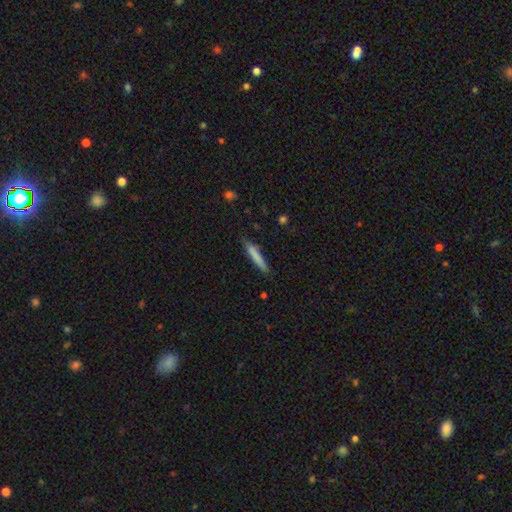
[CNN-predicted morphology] This is likely a smooth galaxy (77%). How rounded: clearly cigar-shaped (93%). Merging: likely none (79%).